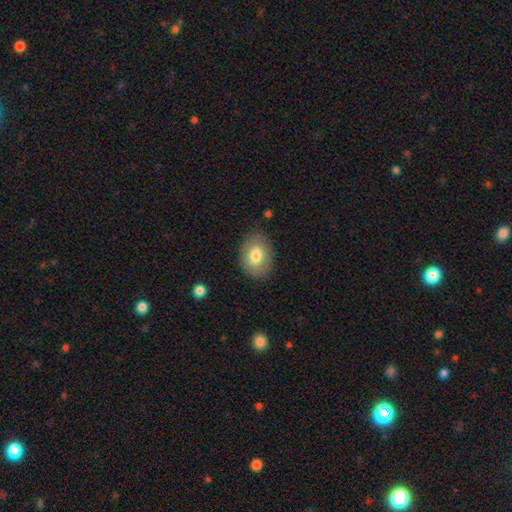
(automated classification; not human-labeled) A smooth galaxy with no disk features (76%) that is in between round and cigar-shaped (78%).

Vote fractions:
- Smooth or featured? smooth: 76% / featured or disk: 17% / star or artifact: 7%
- How rounded? in between: 78% / round: 21% / cigar-shaped: 1%
- Merging? none: 83% / minor disturbance: 12% / major disturbance: 3% / merger: 1%